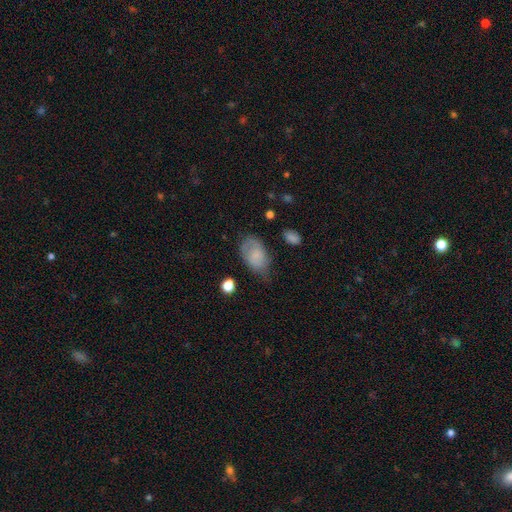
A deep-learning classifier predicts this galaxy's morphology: A smooth galaxy with no disk features (69%) that is in between round and cigar-shaped (89%). Merging: none (50%).